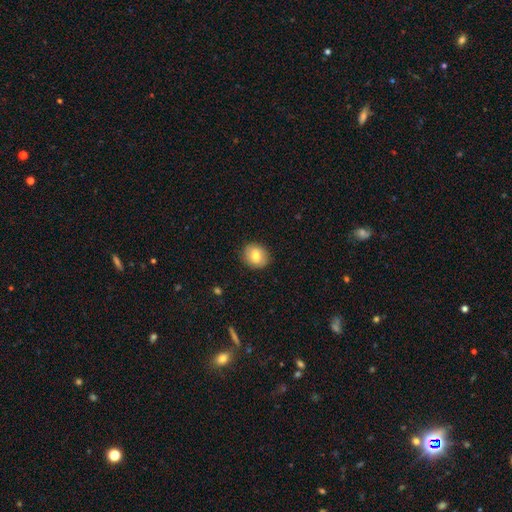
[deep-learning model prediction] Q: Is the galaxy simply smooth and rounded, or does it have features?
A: smooth — 74%.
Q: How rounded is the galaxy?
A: round — 71%.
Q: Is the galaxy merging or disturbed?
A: none — 87%.